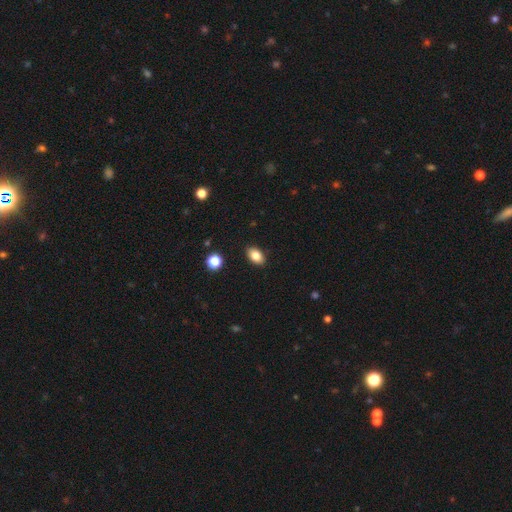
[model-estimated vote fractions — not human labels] smooth 84%, star or artifact 9%, featured or disk 7%. Down the decision tree: how rounded — in between (88%); merging — none (89%).